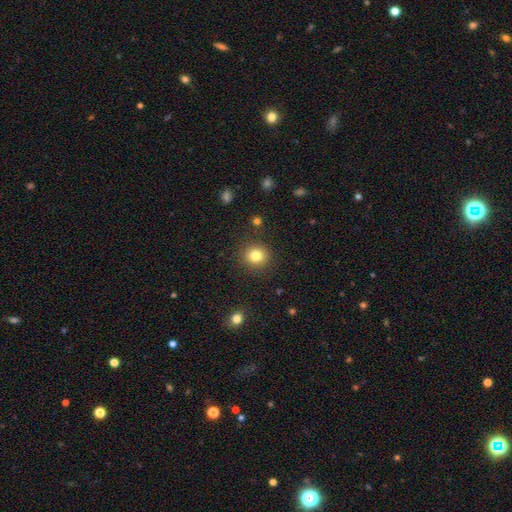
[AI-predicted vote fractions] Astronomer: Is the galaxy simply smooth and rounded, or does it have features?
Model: smooth — 82%.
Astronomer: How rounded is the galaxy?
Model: round — 87%.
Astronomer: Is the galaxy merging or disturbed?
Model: none — 89%.